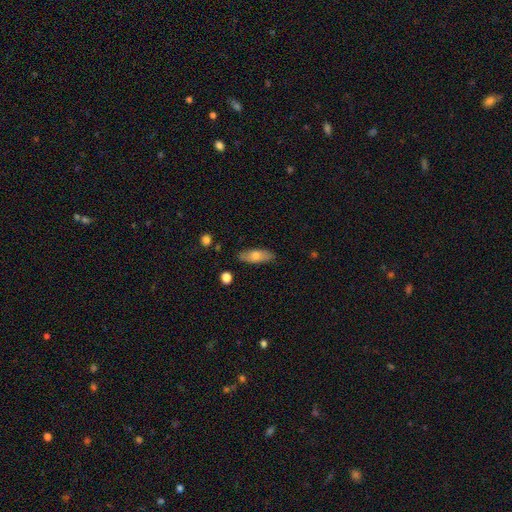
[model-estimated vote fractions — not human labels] This is likely a smooth galaxy (66%). How rounded: likely in between (61%). Merging: clearly none (85%).